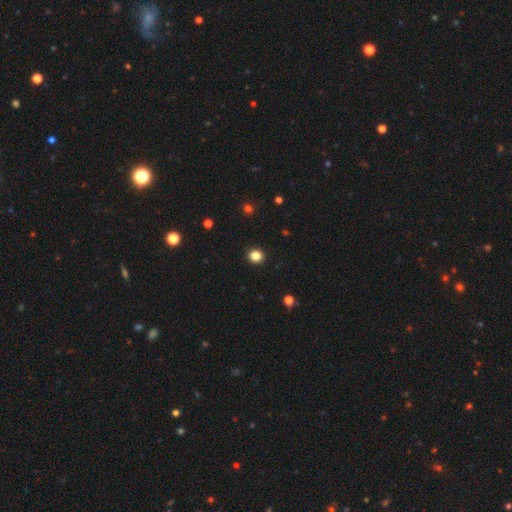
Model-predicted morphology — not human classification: smooth-or-featured: smooth: 84% | star or artifact: 12% | featured or disk: 4%
  how-rounded: round: 85% | in between: 14% | cigar-shaped: 1%
  merging: none: 93% | minor disturbance: 5% | major disturbance: 2% | merger: 1%